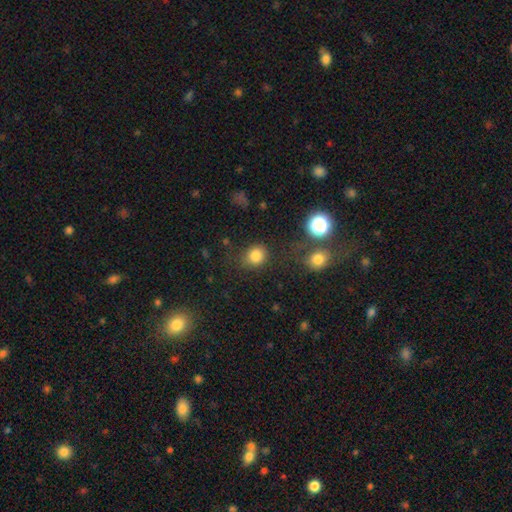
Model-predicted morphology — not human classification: This appears to be a smooth galaxy with no disk features (82%) that is round (73%). Merging: none (75%).